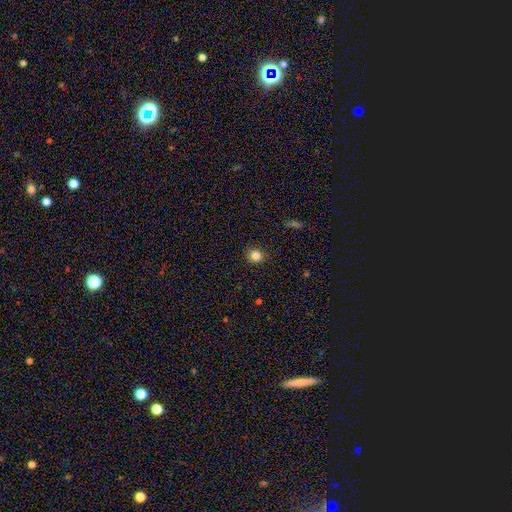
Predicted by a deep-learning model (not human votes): This appears to be a smooth galaxy with no disk features (84%) that is round (88%). Merging: none (90%).